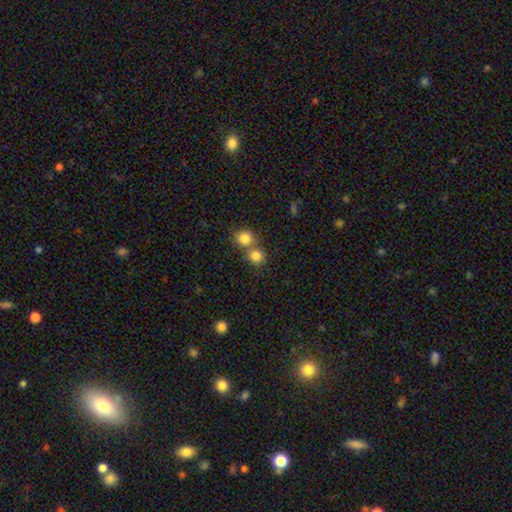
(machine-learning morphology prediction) Smooth or featured?
  - smooth: 83% *
  - star or artifact: 11%
  - featured or disk: 6%
How rounded?
  - round: 86% *
  - in between: 13%
  - cigar-shaped: 1%
Merging?
  - none: 50% *
  - merger: 41%
  - minor disturbance: 6%
  - major disturbance: 2%